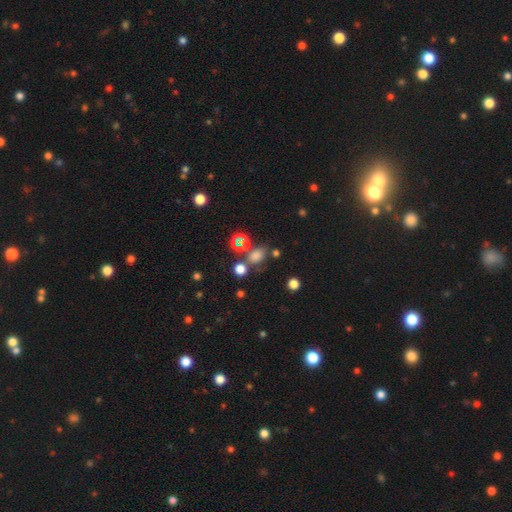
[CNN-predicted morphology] type=smooth (67%); roundness=in between (60%); merging=none (63%).